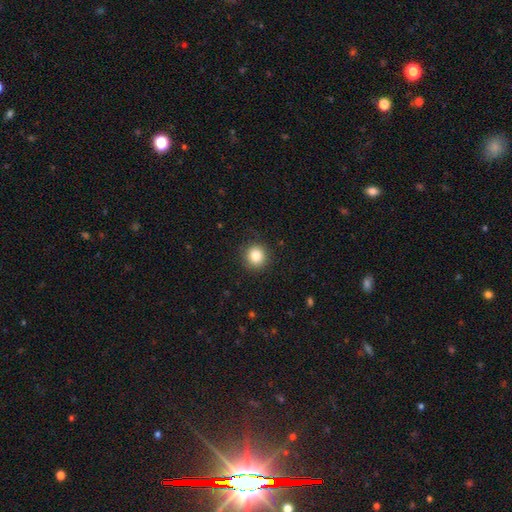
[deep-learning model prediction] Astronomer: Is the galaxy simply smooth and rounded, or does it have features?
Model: smooth — 83%.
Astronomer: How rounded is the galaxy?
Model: round — 92%.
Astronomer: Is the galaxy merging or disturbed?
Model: none — 89%.